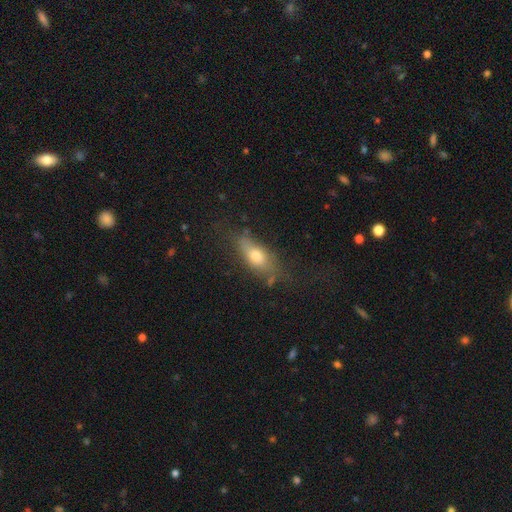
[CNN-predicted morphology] This appears to be a smooth galaxy with no disk features (64%) that is in between round and cigar-shaped (71%). Merging: none (60%).